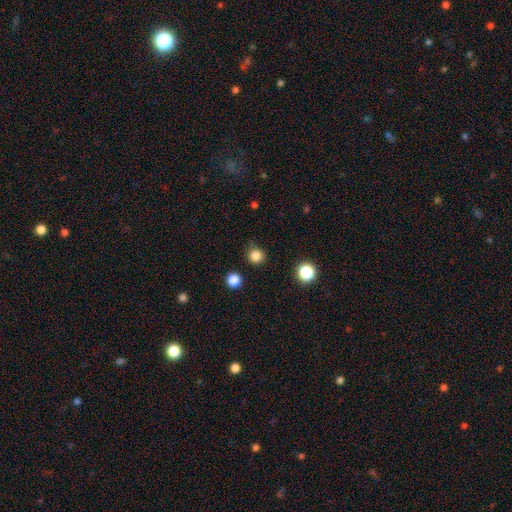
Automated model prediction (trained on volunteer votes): Morphology: type=smooth (83%); roundness=round (94%); merging=none (86%).